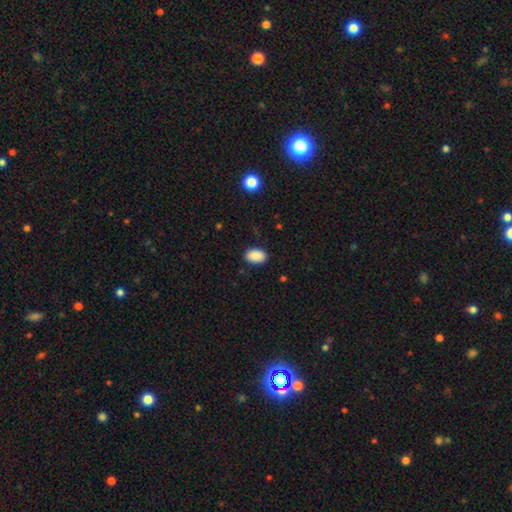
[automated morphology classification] Smooth or featured: smooth — 90% (star or artifact — 8%)
How rounded: in between — 90% (round — 9%)
Merging: none — 88% (minor disturbance — 9%)